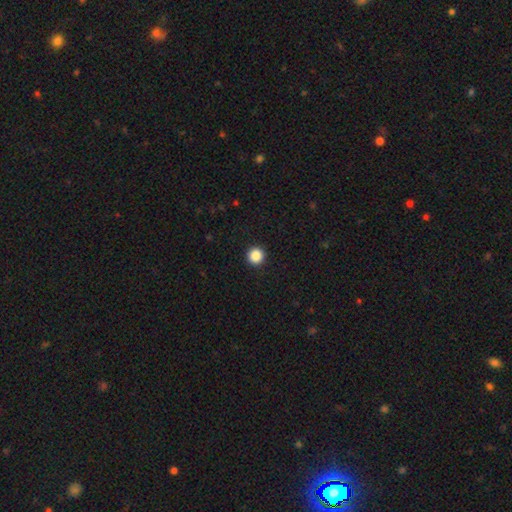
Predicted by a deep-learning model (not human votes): Smooth or featured: smooth — 88% (star or artifact — 10%)
How rounded: round — 96% (in between — 3%)
Merging: none — 93% (minor disturbance — 4%)